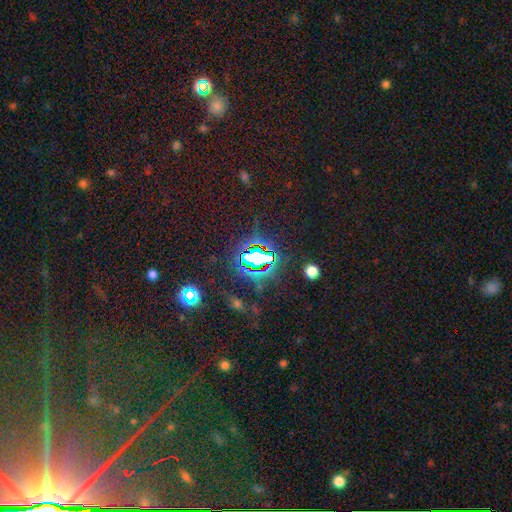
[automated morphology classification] This appears to be a star or artifact, not a galaxy (75%).